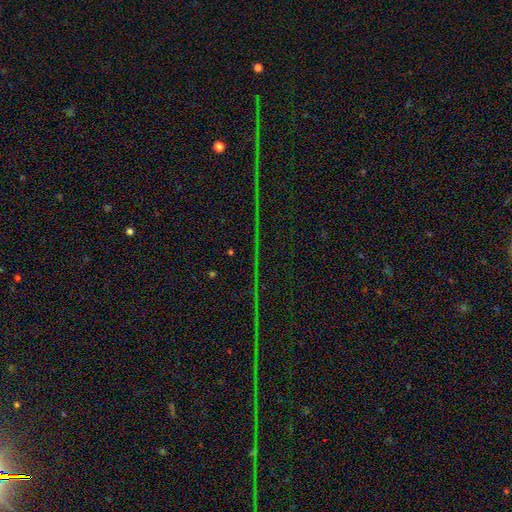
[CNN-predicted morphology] A star or artifact, not a galaxy (87%).